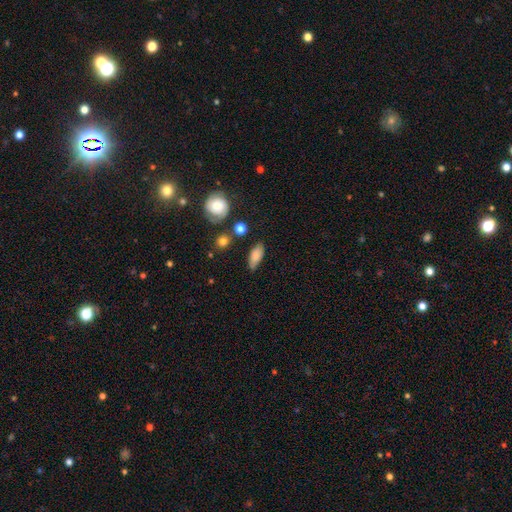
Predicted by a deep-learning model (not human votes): Morphology: type=smooth (80%); roundness=in between (78%); merging=none (70%).